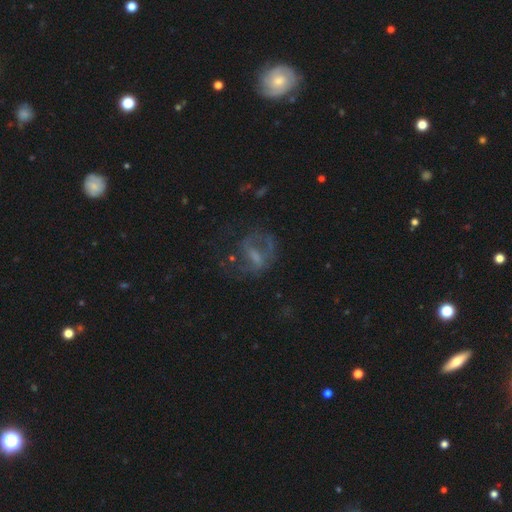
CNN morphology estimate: The model was most divided on "bulge size": small: 33%, none: 31%, moderate: 29%, large: 6%, dominant: 1%. Remaining: edge-on disk — no (95%); smooth or featured — featured or disk (61%); spiral arms — yes (60%); merging — none (46%); bar — weak (44%).